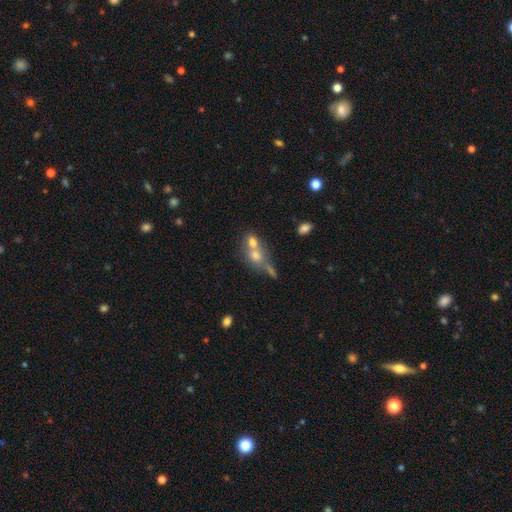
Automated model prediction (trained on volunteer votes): Smooth or featured?
  - smooth: 66% *
  - featured or disk: 23%
  - star or artifact: 12%
How rounded?
  - round: 53% *
  - in between: 43%
  - cigar-shaped: 4%
Merging?
  - merger: 65% *
  - none: 23%
  - minor disturbance: 7%
  - major disturbance: 5%